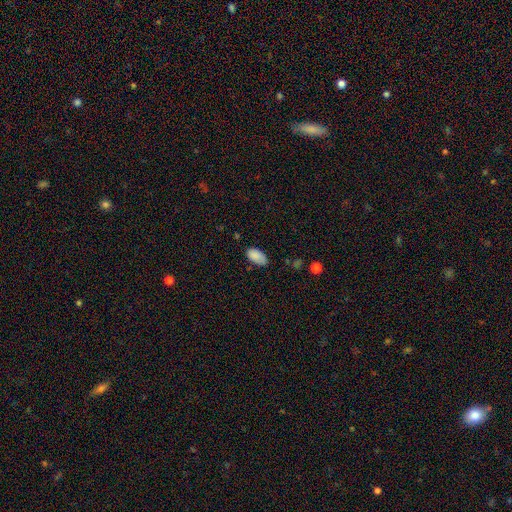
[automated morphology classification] Q: Smooth or featured?
A: smooth (87%); runner-up: star or artifact (8%)
Q: How rounded?
A: in between (95%); runner-up: round (3%)
Q: Merging?
A: none (69%); runner-up: minor disturbance (25%)